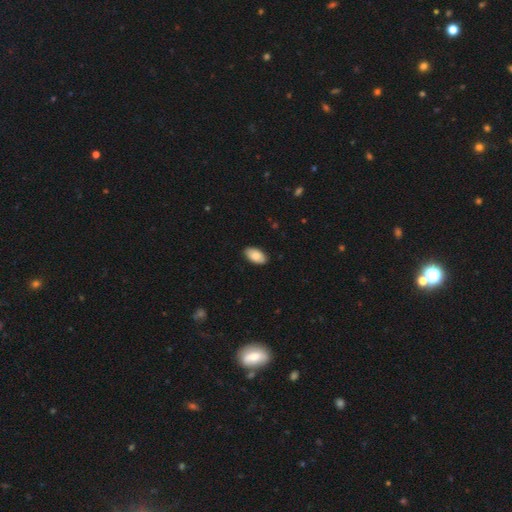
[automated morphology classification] Smooth or featured? Predicted: smooth (p=0.87). How rounded? Predicted: in between (p=0.96). Merging? Predicted: none (p=0.88).